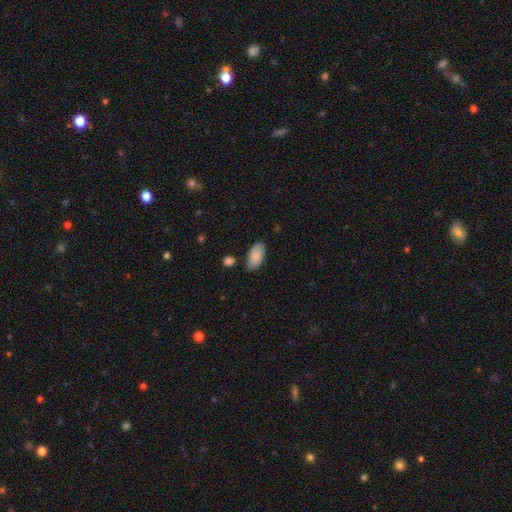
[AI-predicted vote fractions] A smooth galaxy with no disk features (88%) that is in between round and cigar-shaped (95%). Merging: none (80%).